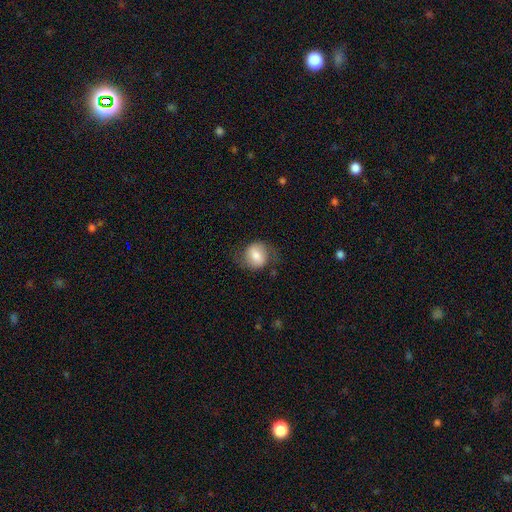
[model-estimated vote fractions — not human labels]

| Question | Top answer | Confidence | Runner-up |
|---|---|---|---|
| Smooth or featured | smooth | 64% | featured or disk (28%) |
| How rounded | round | 64% | in between (35%) |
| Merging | none | 67% | minor disturbance (20%) |